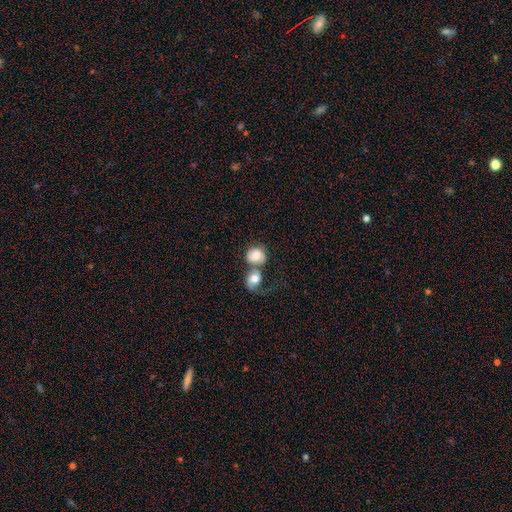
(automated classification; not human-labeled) smooth 66%, featured or disk 26%, star or artifact 7%. Down the decision tree: how rounded — round (68%); merging — merger (65%).